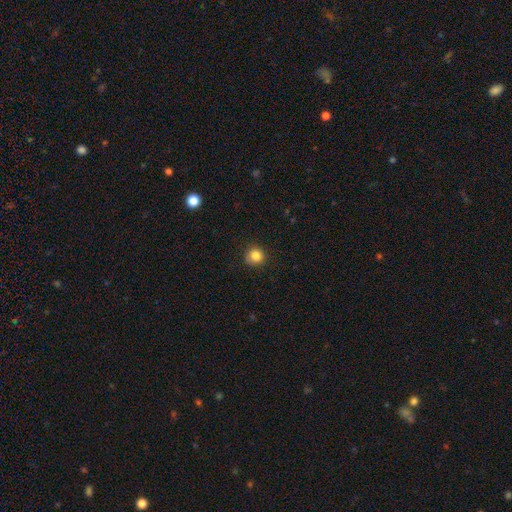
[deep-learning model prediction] Morphology: type=smooth (83%); roundness=round (92%); merging=none (82%).